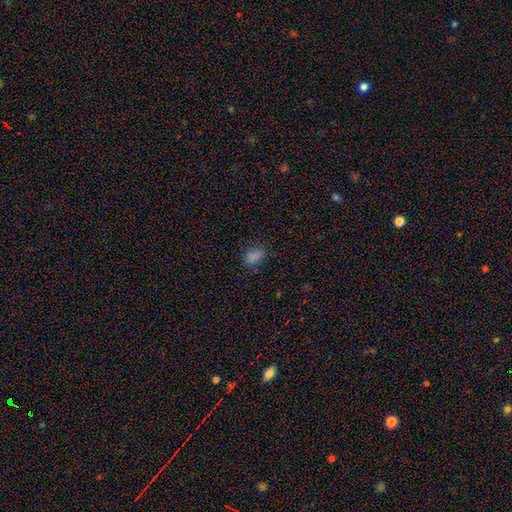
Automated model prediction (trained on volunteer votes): A smooth galaxy with no disk features (79%) that is in between round and cigar-shaped (85%).

Vote fractions:
- Smooth or featured? smooth: 79% / star or artifact: 17% / featured or disk: 4%
- How rounded? in between: 85% / round: 12% / cigar-shaped: 3%
- Merging? none: 80% / minor disturbance: 15% / major disturbance: 4% / merger: 1%